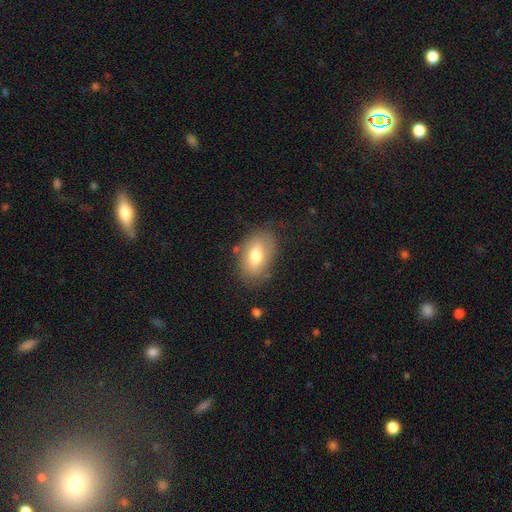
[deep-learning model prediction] Overall: smooth (71%). How rounded: in between (89%). Merging: none (75%).